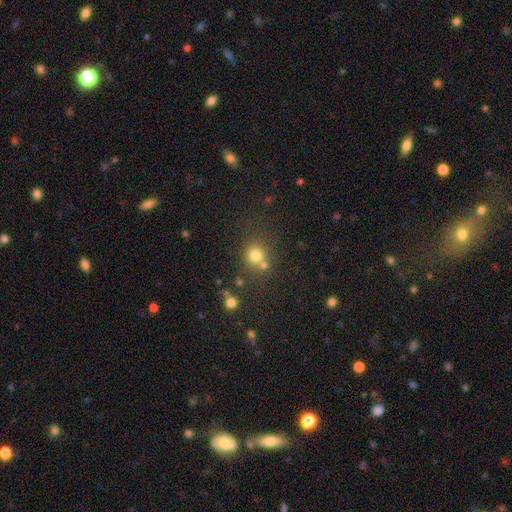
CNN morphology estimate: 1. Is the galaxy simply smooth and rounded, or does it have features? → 75% smooth, 16% star or artifact, 9% featured or disk.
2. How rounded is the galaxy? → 86% round, 13% in between, 1% cigar-shaped.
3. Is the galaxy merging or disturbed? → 61% none, 25% merger, 10% minor disturbance, 4% major disturbance.